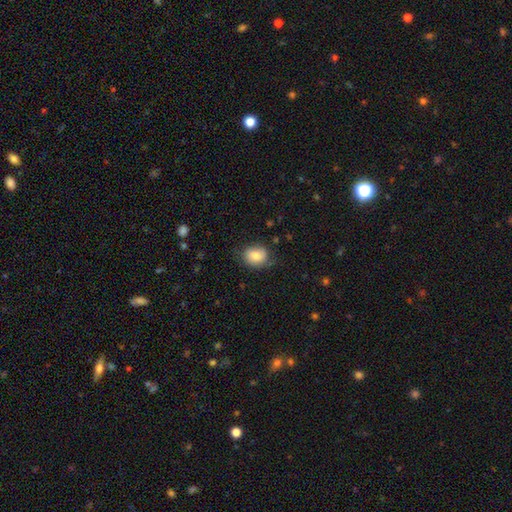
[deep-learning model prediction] Smooth or featured? Predicted: smooth (p=0.79). How rounded? Predicted: in between (p=0.56). Merging? Predicted: none (p=0.68).